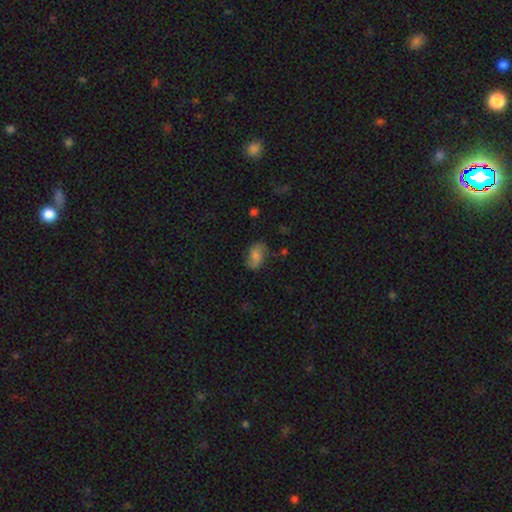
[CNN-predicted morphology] Smooth or featured? Predicted: smooth (p=0.57). How rounded? Predicted: in between (p=0.86). Merging? Predicted: none (p=0.71).